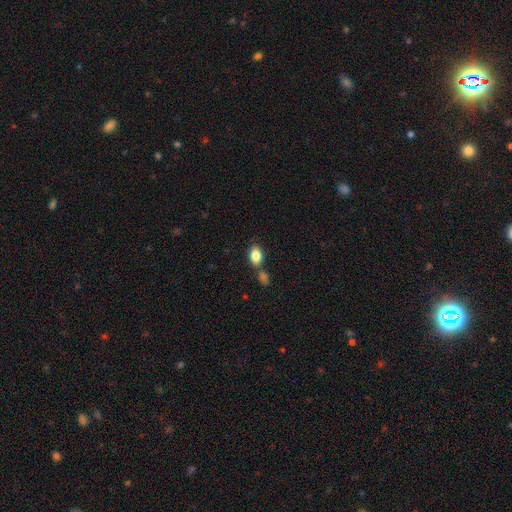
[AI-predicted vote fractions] smooth-or-featured: smooth: 84% | star or artifact: 9% | featured or disk: 7%
  how-rounded: in between: 81% | round: 17% | cigar-shaped: 2%
  merging: none: 62% | merger: 21% | minor disturbance: 13% | major disturbance: 4%